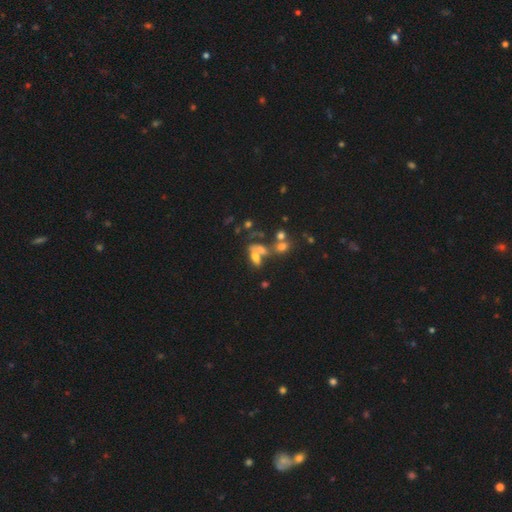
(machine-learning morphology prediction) Smooth or featured? smooth (54%)
How rounded? in between (80%)
Merging? merger (45%)